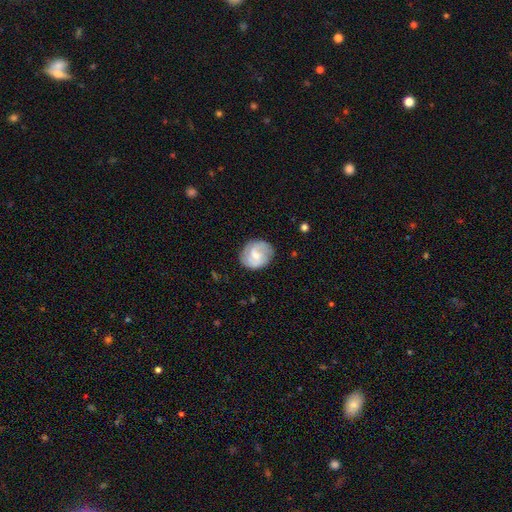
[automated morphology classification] A featured or disk galaxy (59%) with a weak bar (55%), 2 (69%) medium (44%) spiral arms (87%) and a small central bulge (44%).

Vote fractions:
- Smooth or featured? featured or disk: 59% / smooth: 35% / star or artifact: 6%
- Edge-on disk? no: 98% / yes: 2%
- Bar? weak: 55% / no: 32% / strong: 12%
- Spiral arms? yes: 87% / no: 13%
- Spiral winding? medium: 44% / tight: 33% / loose: 22%
- Spiral arm count? 2: 69% / can't tell: 16% / 3: 7% / 1: 4% / 4: 2% / more than 4: 2%
- Bulge size? small: 44% / moderate: 43% / none: 8% / large: 4% / dominant: 1%
- Merging? none: 76% / minor disturbance: 17% / major disturbance: 5% / merger: 1%